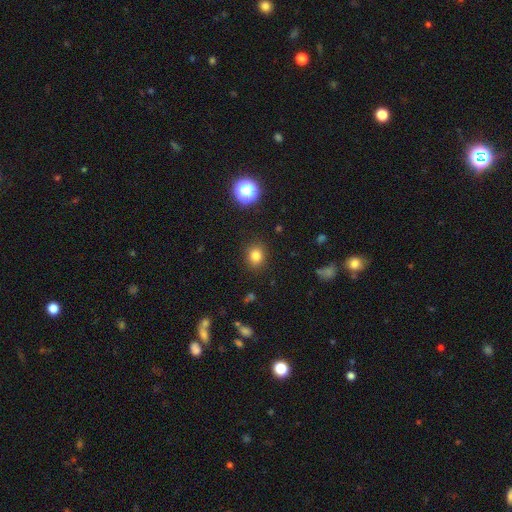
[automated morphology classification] A smooth galaxy with no disk features (81%) that is round (71%).

Vote fractions:
- Smooth or featured? smooth: 81% / star or artifact: 14% / featured or disk: 5%
- How rounded? round: 71% / in between: 28% / cigar-shaped: 1%
- Merging? none: 89% / minor disturbance: 7% / major disturbance: 3% / merger: 1%